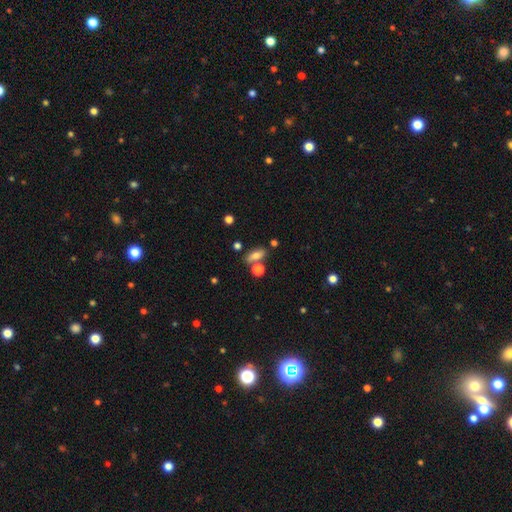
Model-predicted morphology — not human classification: Smooth or featured?
  - smooth: 71% *
  - featured or disk: 17%
  - star or artifact: 12%
How rounded?
  - in between: 70% *
  - cigar-shaped: 19%
  - round: 11%
Merging?
  - none: 65% *
  - merger: 17%
  - minor disturbance: 13%
  - major disturbance: 5%